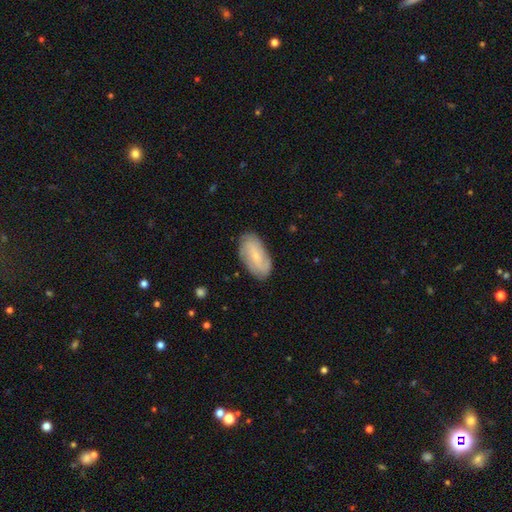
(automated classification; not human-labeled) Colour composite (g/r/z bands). It shows a featured or disk galaxy (49%). Merging: none (82%).